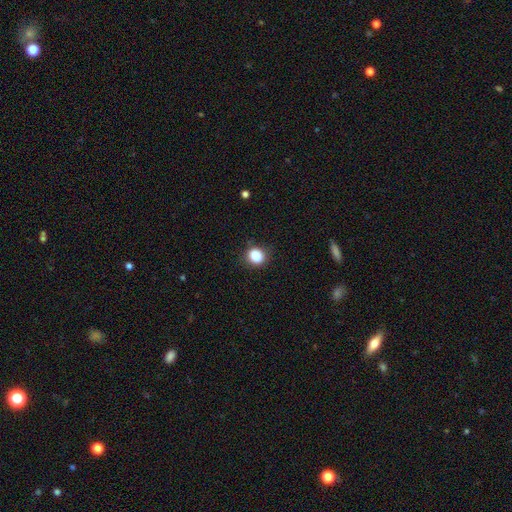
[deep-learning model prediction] Smooth or featured?
  - smooth: 86% *
  - star or artifact: 10%
  - featured or disk: 4%
How rounded?
  - round: 72% *
  - in between: 27%
  - cigar-shaped: 1%
Merging?
  - none: 82% *
  - minor disturbance: 13%
  - major disturbance: 4%
  - merger: 1%